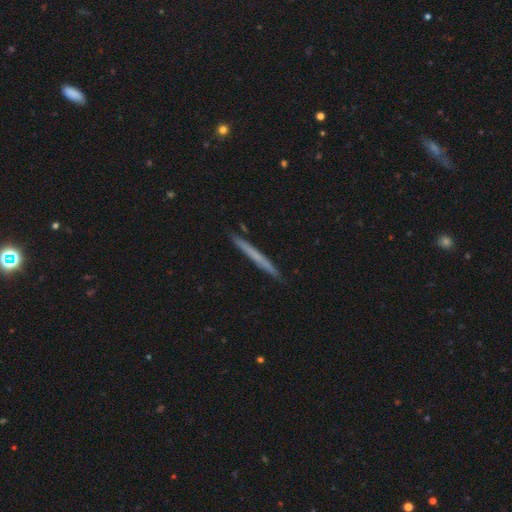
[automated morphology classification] The model was most divided on "smooth or featured": smooth: 56%, featured or disk: 39%, star or artifact: 6%. More confident: how rounded — cigar-shaped (97%); merging — none (91%).